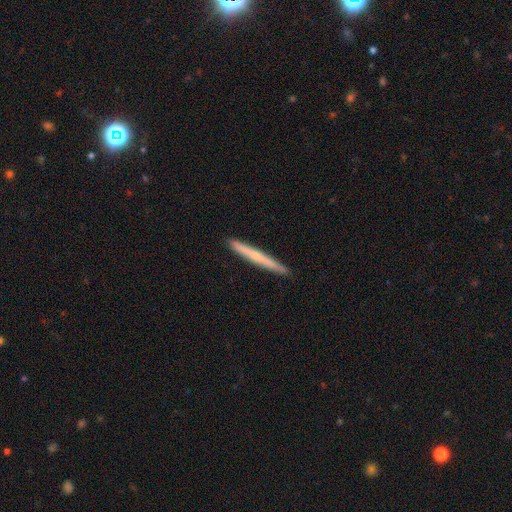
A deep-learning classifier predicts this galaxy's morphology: Overall: smooth (52%; featured or disk 42%). How rounded: cigar-shaped (97%). Merging: none (92%).